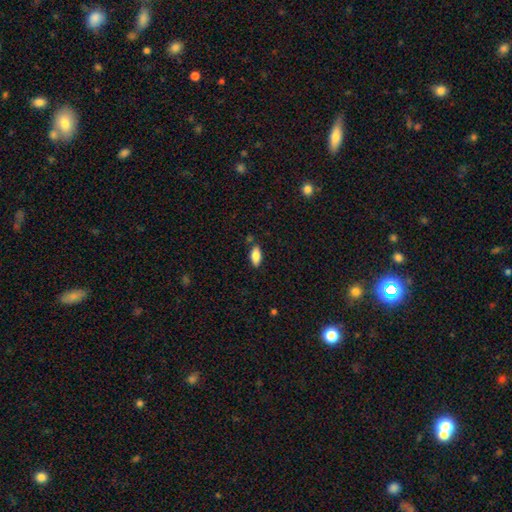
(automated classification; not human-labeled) This appears to be a smooth galaxy with no disk features (82%) that is in between round and cigar-shaped (88%). Merging: none (80%).